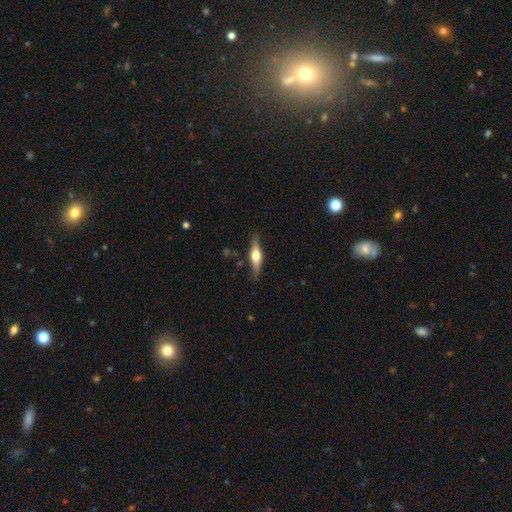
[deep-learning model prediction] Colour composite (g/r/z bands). It shows a featured or disk galaxy (64%) viewed edge-on (96%) with a rounded central bulge (94%). Merging: none (84%).